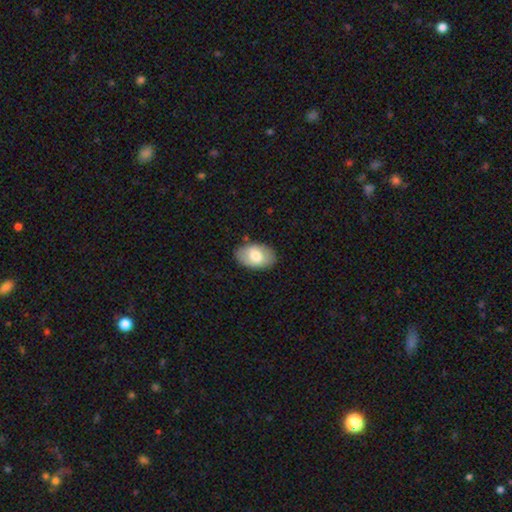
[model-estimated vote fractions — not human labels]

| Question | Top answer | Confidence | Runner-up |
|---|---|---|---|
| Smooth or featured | smooth | 72% | featured or disk (22%) |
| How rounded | in between | 92% | round (7%) |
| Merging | none | 84% | minor disturbance (12%) |